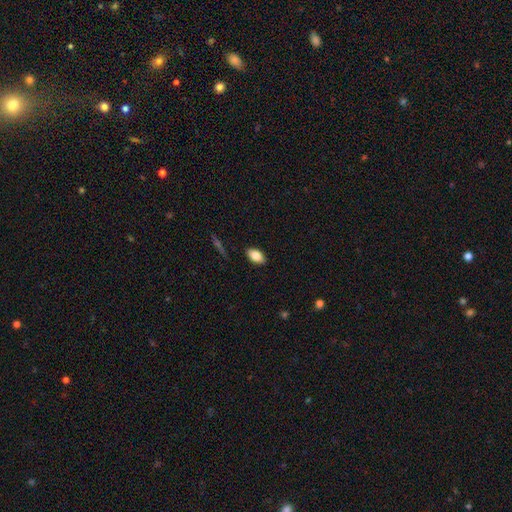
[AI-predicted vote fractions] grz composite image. It shows a smooth galaxy with no disk features (84%) that is in between round and cigar-shaped (92%). Merging: none (88%).